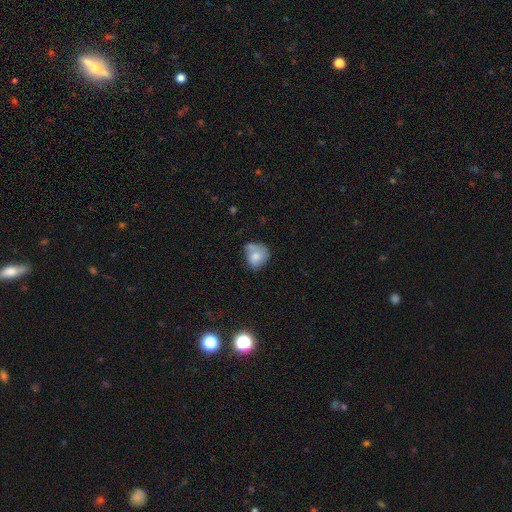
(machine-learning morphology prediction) This is likely a smooth galaxy (74%). How rounded: likely round (62%). Merging: marginally none (42%).